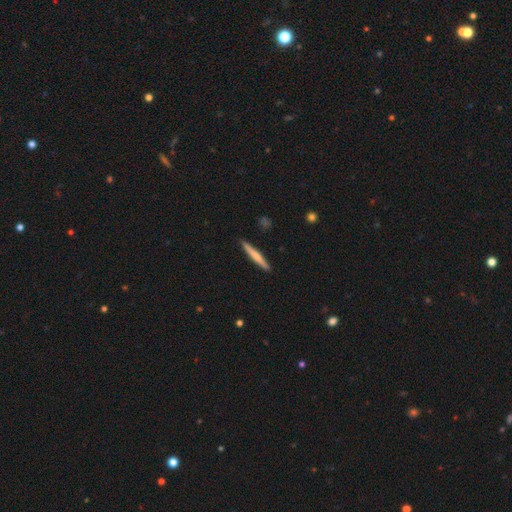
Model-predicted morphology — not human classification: Q: Smooth or featured?
A: smooth (63%); runner-up: featured or disk (32%)
Q: How rounded?
A: cigar-shaped (96%); runner-up: in between (3%)
Q: Merging?
A: none (91%); runner-up: minor disturbance (7%)